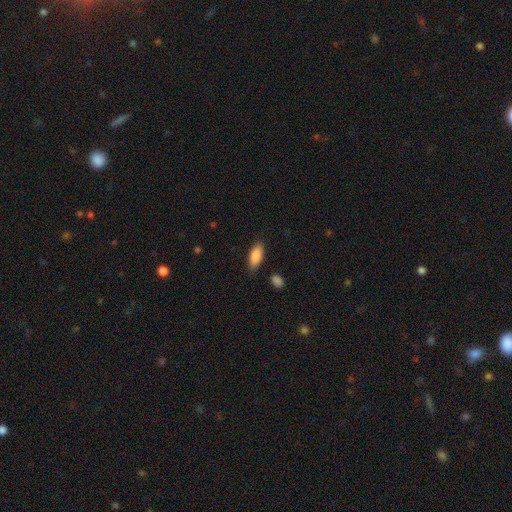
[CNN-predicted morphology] Smooth or featured? Predicted: smooth (p=0.86). How rounded? Predicted: in between (p=0.79). Merging? Predicted: none (p=0.84).